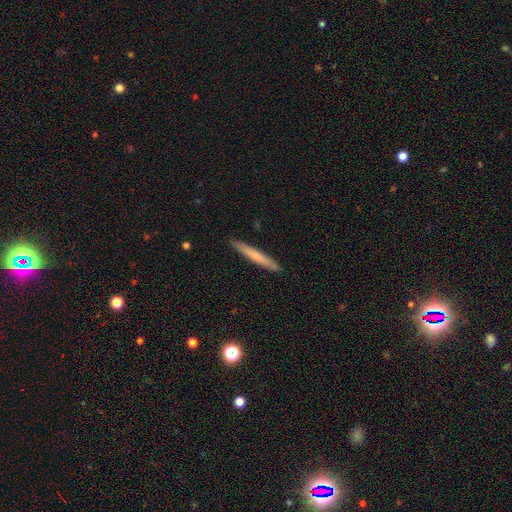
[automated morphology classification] smooth 64%, featured or disk 30%, star or artifact 6%. Down the decision tree: how rounded — cigar-shaped (96%); merging — none (92%).